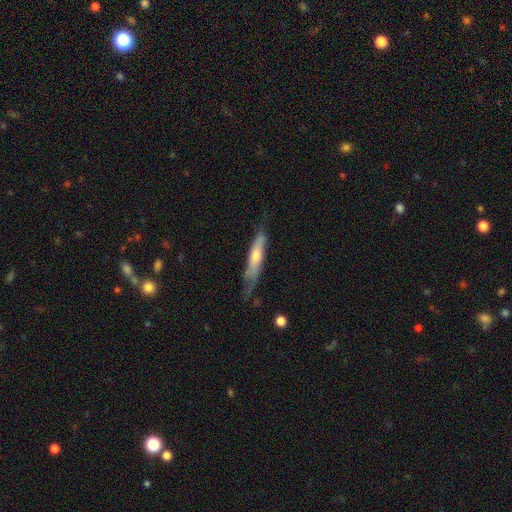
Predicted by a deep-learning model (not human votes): Smooth or featured: smooth — 49% (featured or disk — 45%)
Merging: none — 54% (minor disturbance — 31%)